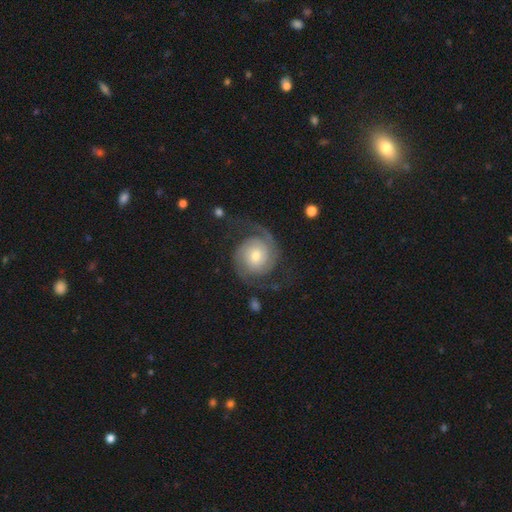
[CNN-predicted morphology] This is clearly a featured or disk galaxy (87%). It is clearly not viewed edge-on (98%). Bar: likely no (71%). Spiral arm pattern: clearly yes (98%). Spiral arm count: clearly 2 (90%). Spiral winding: marginally tight (41%, tied with medium). Central bulge: possibly moderate (53%). Merging: likely none (75%).